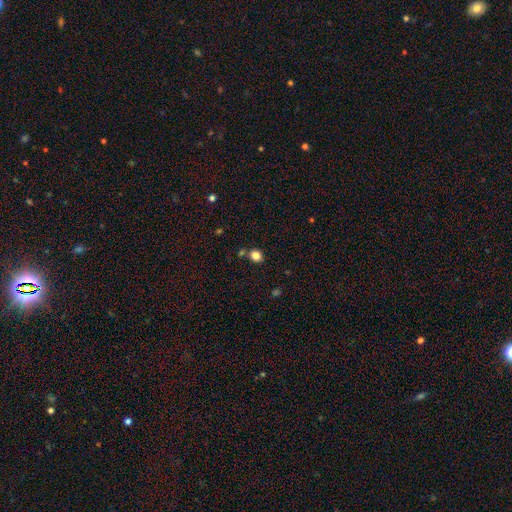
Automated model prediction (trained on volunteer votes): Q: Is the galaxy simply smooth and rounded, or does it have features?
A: smooth — 82%.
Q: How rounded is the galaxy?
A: round — 67%.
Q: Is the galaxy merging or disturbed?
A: none — 76%.